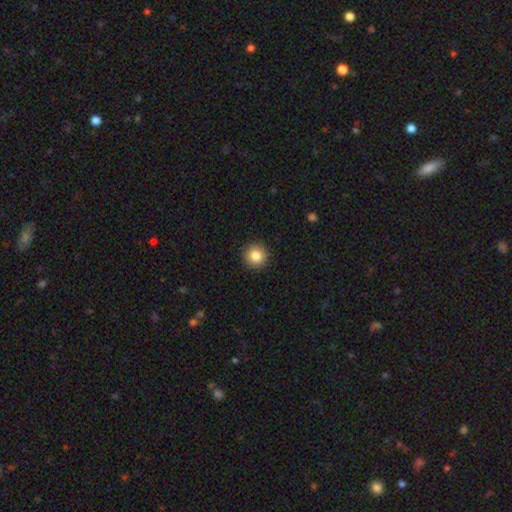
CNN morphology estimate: smooth 84%, star or artifact 10%, featured or disk 6%. Down the decision tree: how rounded — round (95%); merging — none (93%).